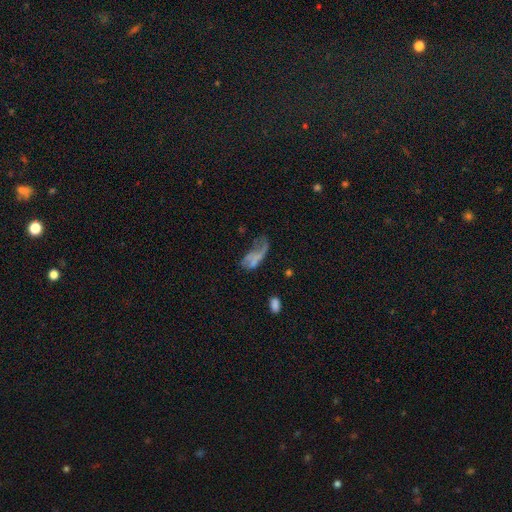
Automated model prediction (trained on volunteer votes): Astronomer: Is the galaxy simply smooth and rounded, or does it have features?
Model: smooth — 45% (runner-up: featured or disk, 41%).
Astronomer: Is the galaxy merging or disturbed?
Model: major disturbance — 48%.